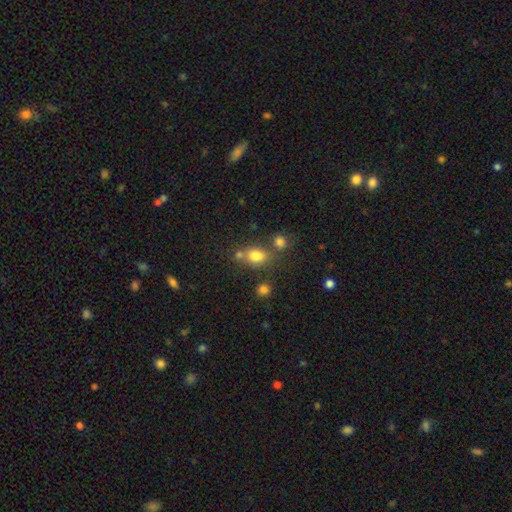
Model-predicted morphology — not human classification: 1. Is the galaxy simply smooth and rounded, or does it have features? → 77% smooth, 14% star or artifact, 9% featured or disk.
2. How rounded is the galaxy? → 57% in between, 41% round, 2% cigar-shaped.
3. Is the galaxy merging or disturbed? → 54% none, 26% merger, 14% minor disturbance, 6% major disturbance.